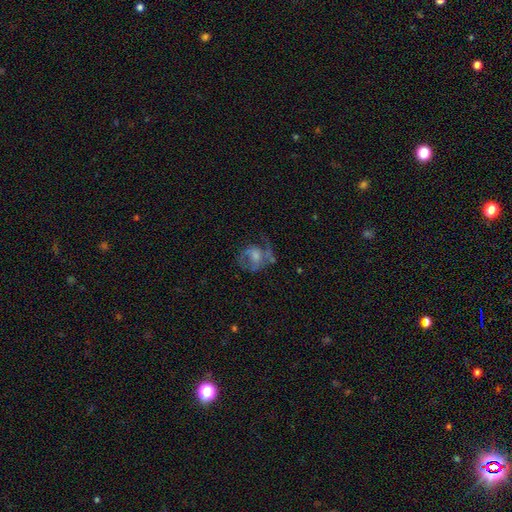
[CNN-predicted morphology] The model was most divided on "merging" (2-way tie): none: 37%, major disturbance: 37%, minor disturbance: 21%, merger: 5%. Remaining: edge-on disk — no (97%); spiral arms — yes (69%); bar — no (66%); smooth or featured — featured or disk (61%); bulge size — moderate (37%).